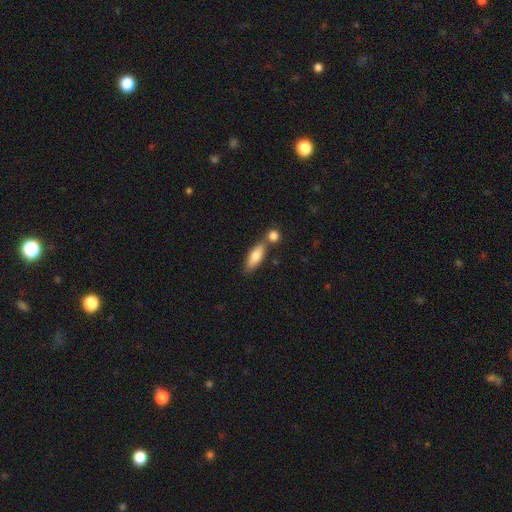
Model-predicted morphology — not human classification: Overall: smooth (76%). How rounded: in between (64%; cigar-shaped 33%). Merging: none (60%; merger 24%).